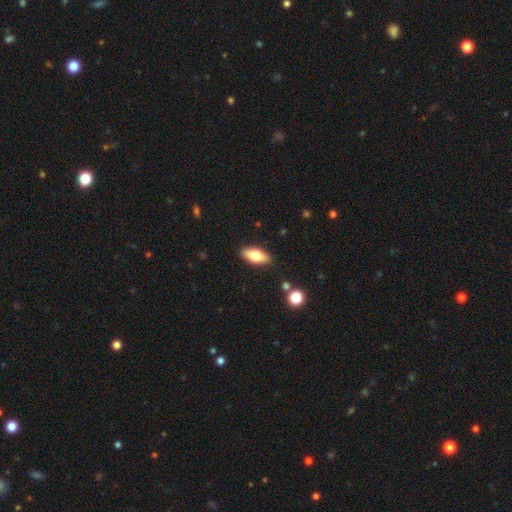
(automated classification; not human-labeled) The model was most divided on "smooth or featured": smooth: 72%, featured or disk: 21%, star or artifact: 7%. More confident: merging — none (87%); how rounded — in between (83%).